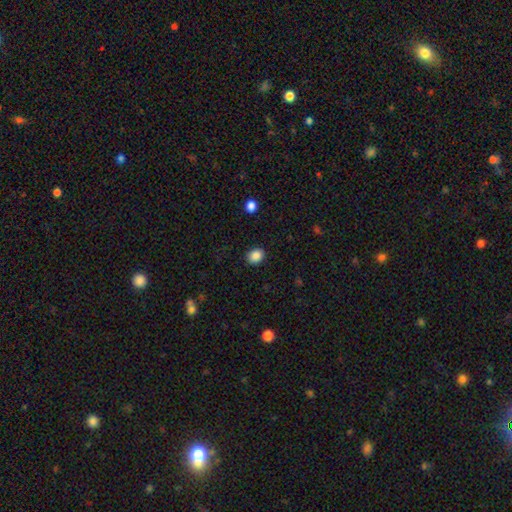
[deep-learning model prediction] Smooth or featured? smooth (88%)
How rounded? round (50%)
Merging? none (90%)